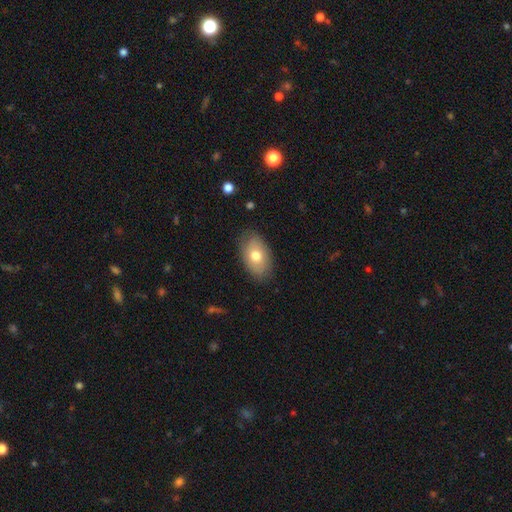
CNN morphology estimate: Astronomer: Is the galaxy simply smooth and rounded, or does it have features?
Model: smooth — 71%.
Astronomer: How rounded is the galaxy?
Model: in between — 90%.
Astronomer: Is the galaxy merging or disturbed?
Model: none — 80%.